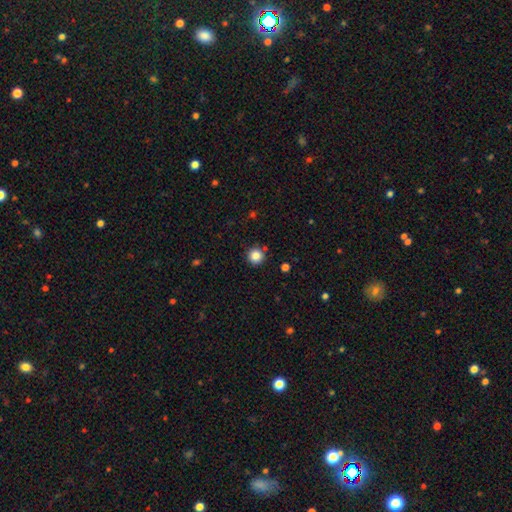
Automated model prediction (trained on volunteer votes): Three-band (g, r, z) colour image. It shows a smooth galaxy with no disk features (85%) that is round (96%). Merging: none (90%).